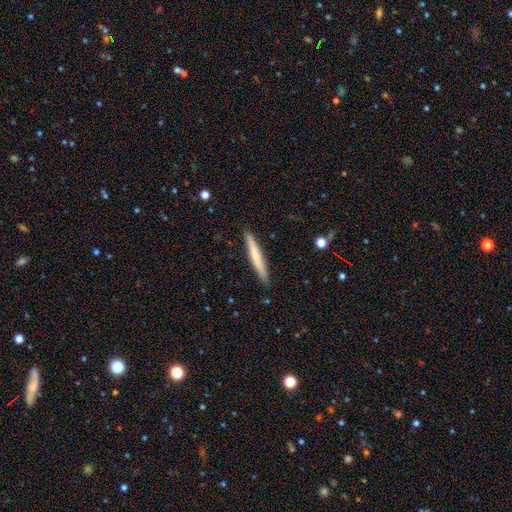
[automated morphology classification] A smooth galaxy with no disk features (64%) that is cigar-shaped (96%). Merging: none (91%).